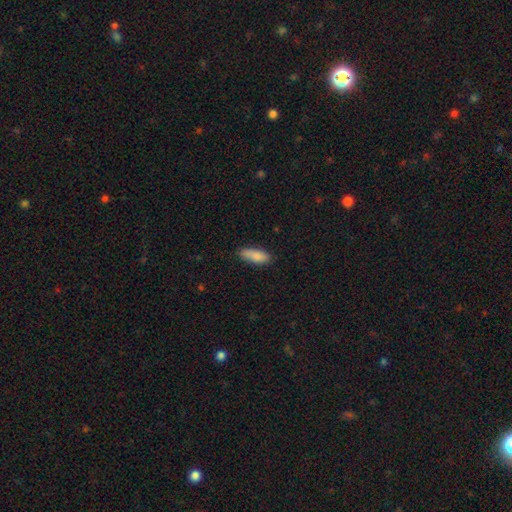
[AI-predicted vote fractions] A smooth galaxy with no disk features (87%) that is in between round and cigar-shaped (64%).

Vote fractions:
- Smooth or featured? smooth: 87% / star or artifact: 7% / featured or disk: 6%
- How rounded? in between: 64% / cigar-shaped: 34% / round: 2%
- Merging? none: 80% / minor disturbance: 16% / major disturbance: 3% / merger: 1%